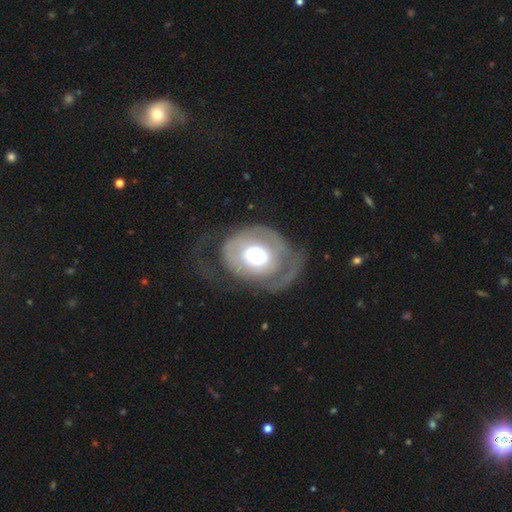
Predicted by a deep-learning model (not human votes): Smooth or featured? Predicted: featured or disk (p=0.58). Edge-on disk? Predicted: no (p=0.95). Bar? Predicted: no (p=0.85). Spiral arms? Predicted: no (p=0.58). Bulge size? Predicted: moderate (p=0.51). Merging? Predicted: major disturbance (p=0.40).